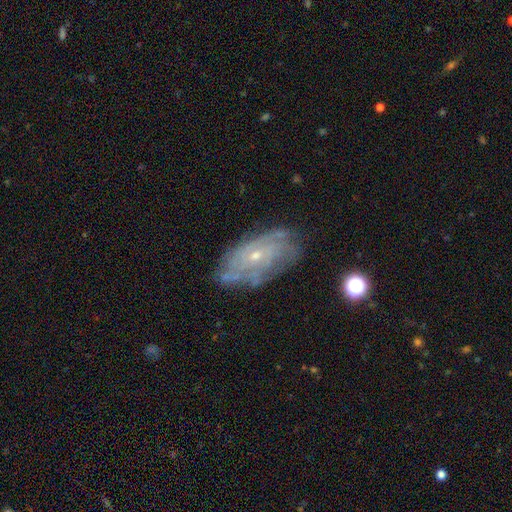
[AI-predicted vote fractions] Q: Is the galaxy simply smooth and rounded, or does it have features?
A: featured or disk — 76%.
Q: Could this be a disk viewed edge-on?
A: no — 92%.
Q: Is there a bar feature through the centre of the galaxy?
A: no — 73%.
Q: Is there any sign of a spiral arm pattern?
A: yes — 83%.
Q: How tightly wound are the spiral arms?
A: tight — 63%.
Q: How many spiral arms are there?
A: can't tell — 57%.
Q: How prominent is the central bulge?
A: small — 76%.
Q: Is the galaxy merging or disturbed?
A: none — 71%.